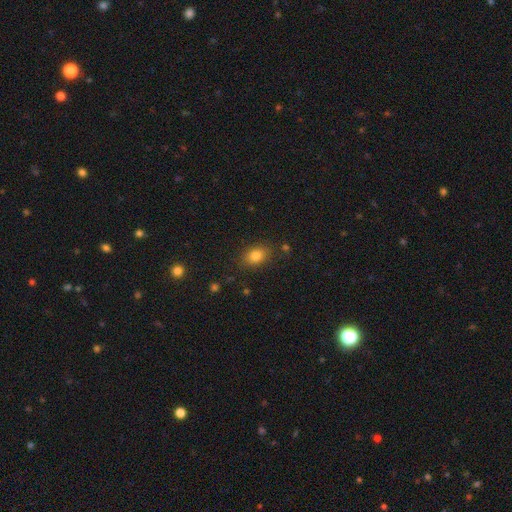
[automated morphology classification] This appears to be a smooth galaxy with no disk features (82%) that is in between round and cigar-shaped (71%). Merging: none (83%).